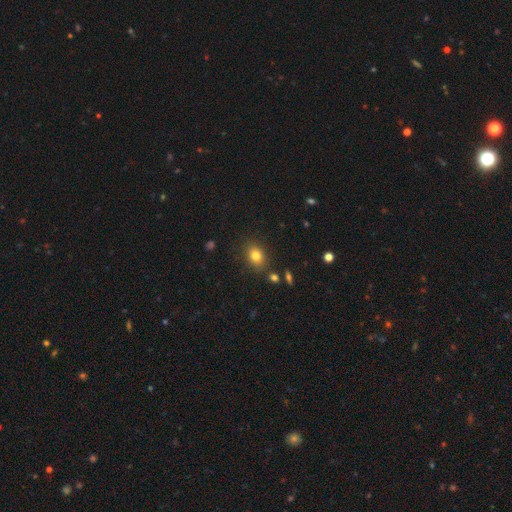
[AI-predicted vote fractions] The model was most divided on "how rounded": in between: 60%, round: 39%, cigar-shaped: 1%. More confident: merging — none (84%); smooth or featured — smooth (81%).